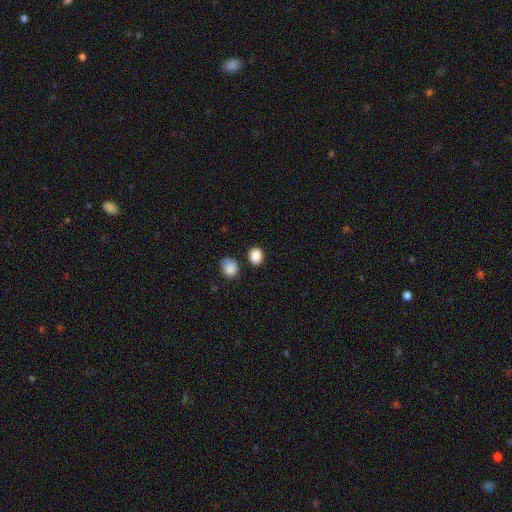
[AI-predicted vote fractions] smooth-or-featured: smooth: 87% | star or artifact: 9% | featured or disk: 3%
  how-rounded: round: 52% | in between: 47% | cigar-shaped: 1%
  merging: none: 77% | minor disturbance: 13% | merger: 7% | major disturbance: 3%